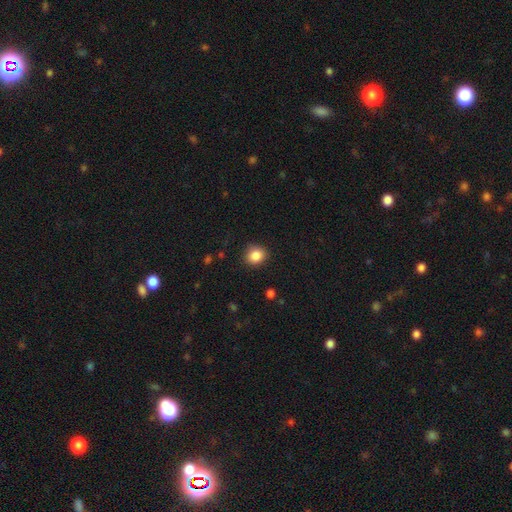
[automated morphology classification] Q: Smooth or featured?
A: smooth (86%); runner-up: star or artifact (10%)
Q: How rounded?
A: round (78%); runner-up: in between (21%)
Q: Merging?
A: none (87%); runner-up: minor disturbance (10%)